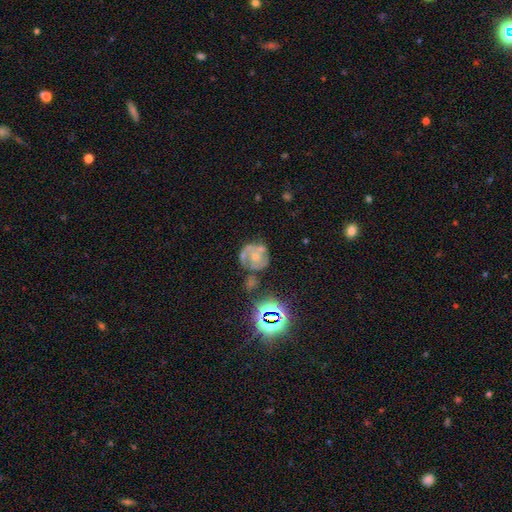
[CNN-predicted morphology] This is likely a featured or disk galaxy (68%). It is clearly not viewed edge-on (98%). Bar: likely no (79%). Spiral arm pattern: likely yes (73%). Central bulge: possibly small (45%). Merging: marginally none (44%).